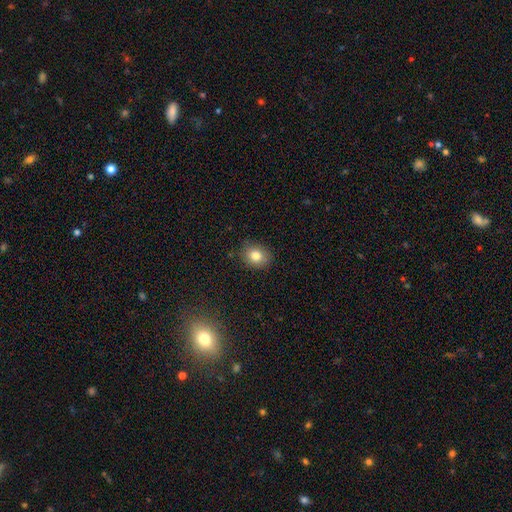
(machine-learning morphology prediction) type=smooth (80%); roundness=round (65%); merging=none (87%).